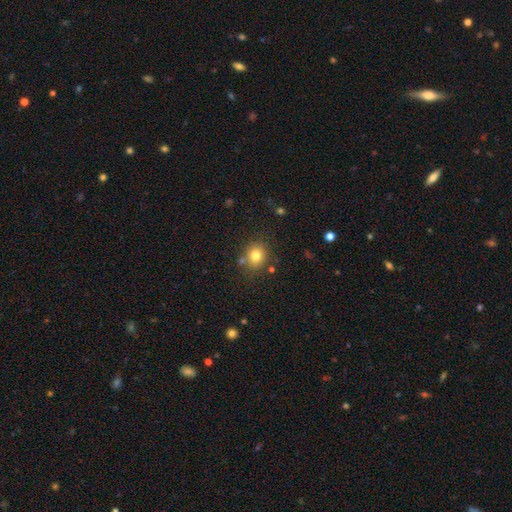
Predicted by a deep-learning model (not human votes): Q: Smooth or featured?
A: smooth (80%); runner-up: star or artifact (11%)
Q: How rounded?
A: round (70%); runner-up: in between (29%)
Q: Merging?
A: none (78%); runner-up: minor disturbance (12%)